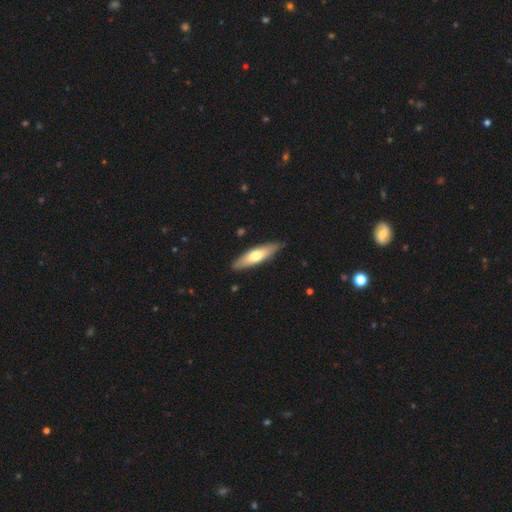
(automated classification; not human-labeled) Overall: smooth (59%; featured or disk 36%). How rounded: cigar-shaped (68%; in between 31%). Merging: none (87%).